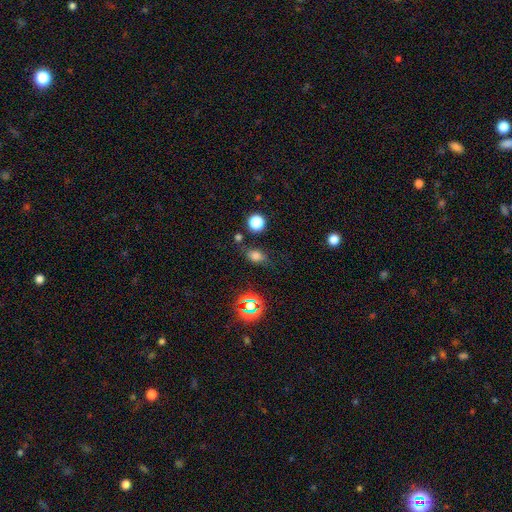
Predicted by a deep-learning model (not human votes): A smooth galaxy with no disk features (71%) that is in between round and cigar-shaped (70%).

Vote fractions:
- Smooth or featured? smooth: 71% / star or artifact: 20% / featured or disk: 9%
- How rounded? in between: 70% / round: 27% / cigar-shaped: 3%
- Merging? none: 71% / minor disturbance: 17% / merger: 6% / major disturbance: 6%